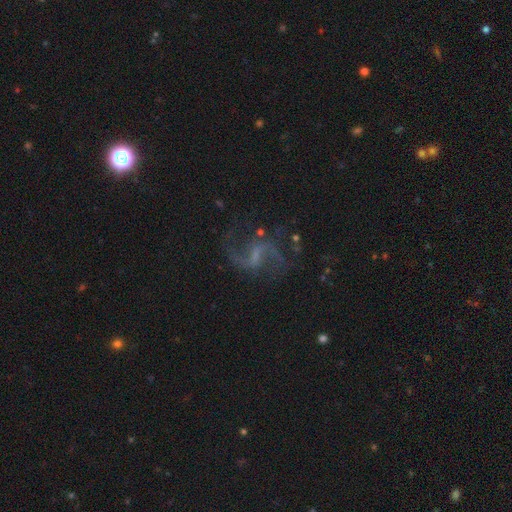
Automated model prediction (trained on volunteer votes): This appears to be a featured or disk galaxy (85%) with a weak bar (54%), 2 (90%) loose (69%) spiral arms (95%) and no central bulge (44%). Merging: none (69%).